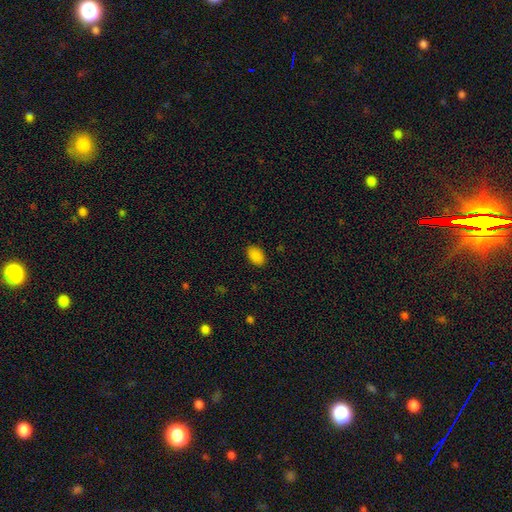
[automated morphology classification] Smooth or featured? smooth (88%)
How rounded? in between (90%)
Merging? none (87%)